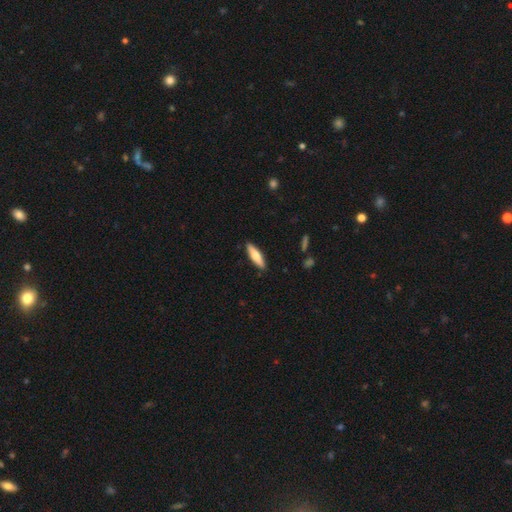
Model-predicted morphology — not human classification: smooth_or_featured: smooth (p=0.65) [alt: featured or disk p=0.30]
how_rounded: cigar-shaped (p=0.69) [alt: in between p=0.29]
merging: none (p=0.90) [alt: minor disturbance p=0.08]